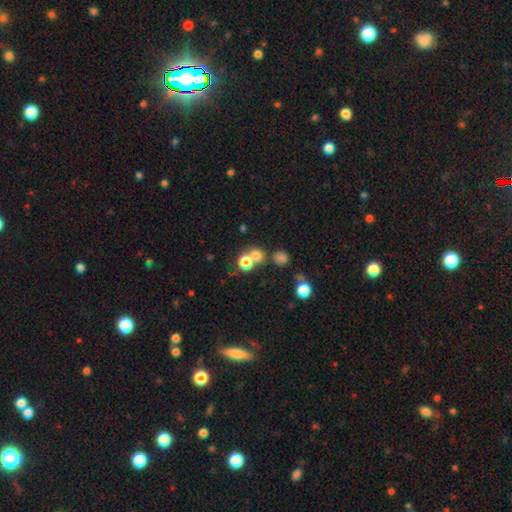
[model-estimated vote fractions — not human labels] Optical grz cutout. It shows a smooth galaxy with no disk features (71%) that is round (83%). Merging: none (52%).